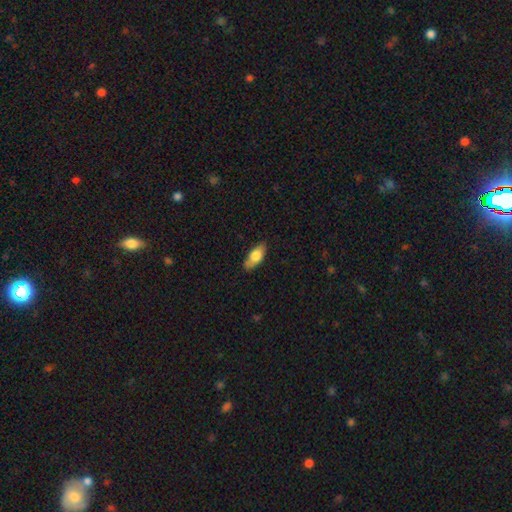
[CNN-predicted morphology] Q: Smooth or featured?
A: smooth (71%); runner-up: featured or disk (23%)
Q: How rounded?
A: in between (78%); runner-up: cigar-shaped (18%)
Q: Merging?
A: none (76%); runner-up: minor disturbance (19%)